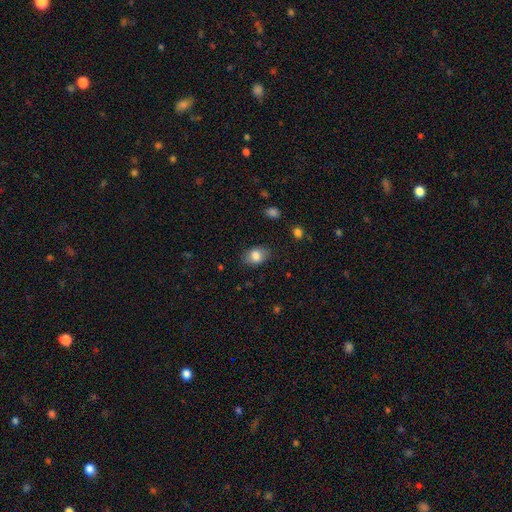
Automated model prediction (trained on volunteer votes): This is clearly a smooth galaxy (81%). How rounded: likely in between (79%). Merging: clearly none (83%).